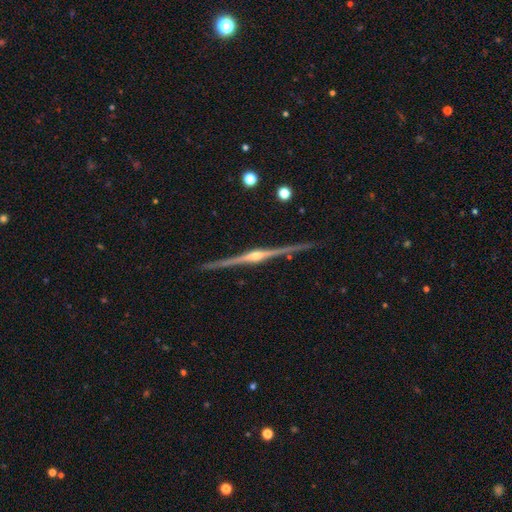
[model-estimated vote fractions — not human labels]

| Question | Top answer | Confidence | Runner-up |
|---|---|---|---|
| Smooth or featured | featured or disk | 91% | star or artifact (5%) |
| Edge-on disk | yes | 99% | no (1%) |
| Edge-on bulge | rounded | 92% | boxy (4%) |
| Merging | none | 91% | minor disturbance (7%) |